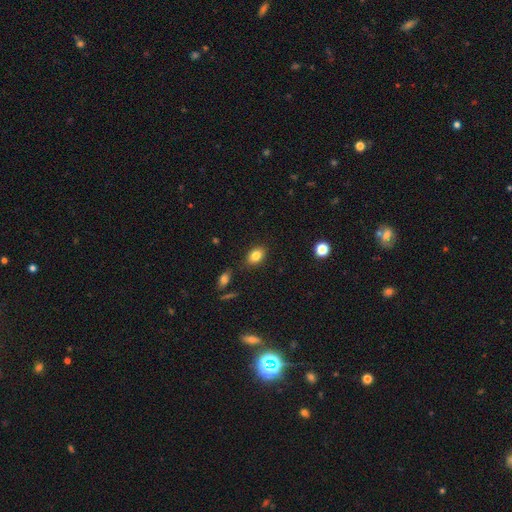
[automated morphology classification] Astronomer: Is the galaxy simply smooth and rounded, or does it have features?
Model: smooth — 82%.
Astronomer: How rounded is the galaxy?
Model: in between — 78%.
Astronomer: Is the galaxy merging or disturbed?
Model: none — 83%.